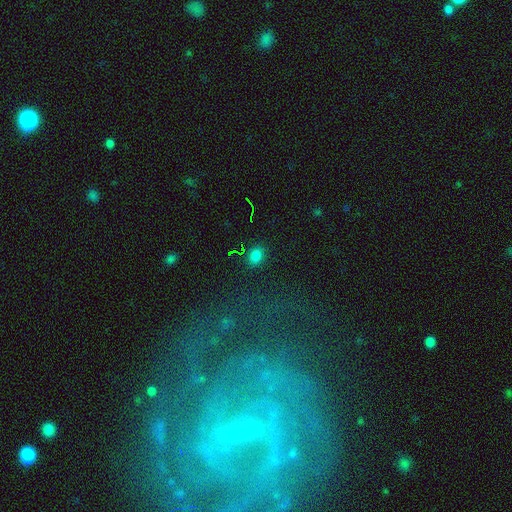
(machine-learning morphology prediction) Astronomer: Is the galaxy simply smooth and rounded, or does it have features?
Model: smooth — 77%.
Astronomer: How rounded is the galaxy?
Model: in between — 59% (runner-up: round, 39%).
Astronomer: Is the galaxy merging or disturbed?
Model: none — 88%.